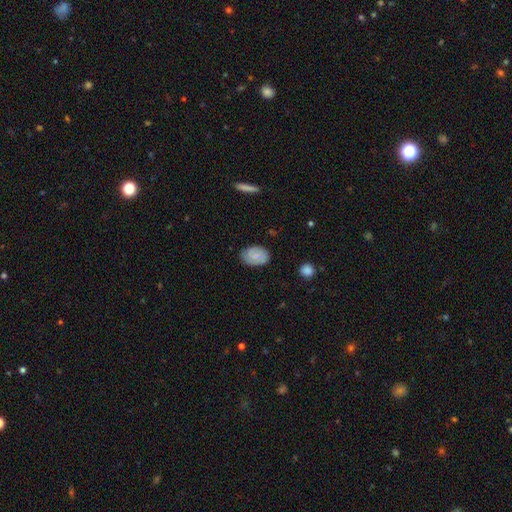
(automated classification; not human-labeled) Smooth or featured: smooth — 47% (featured or disk — 45%)
Merging: none — 78% (minor disturbance — 17%)